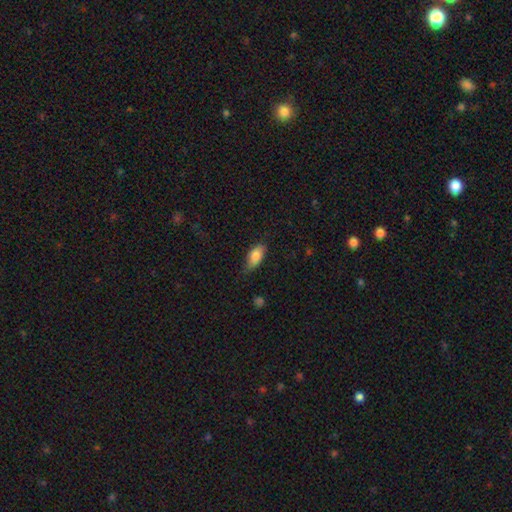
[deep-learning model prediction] Overall: smooth (82%). How rounded: in between (88%). Merging: none (66%; minor disturbance 27%).